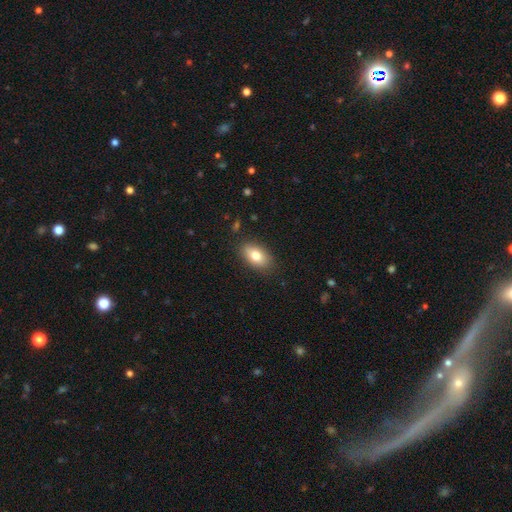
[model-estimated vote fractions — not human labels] Smooth or featured: smooth — 79% (featured or disk — 14%)
How rounded: in between — 89% (round — 7%)
Merging: none — 84% (minor disturbance — 12%)